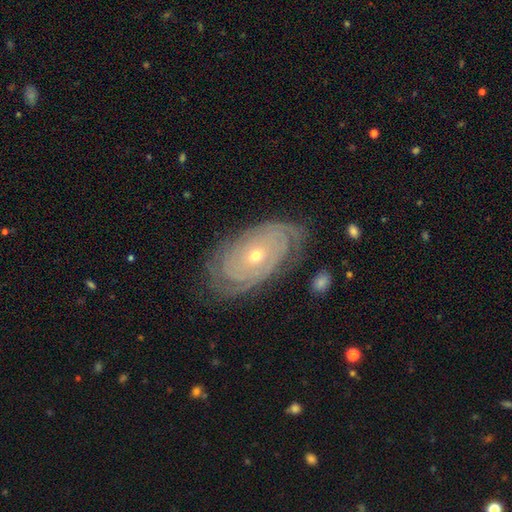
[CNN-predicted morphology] The model was most divided on "spiral arm count": can't tell: 31%, 2: 25%, 3: 18%, 4: 13%, more than 4: 7%, 1: 6%. More confident: spiral arms — yes (96%); edge-on disk — no (95%); smooth or featured — featured or disk (87%); spiral winding — tight (86%); bar — no (81%); merging — none (79%); bulge size — small (57%).